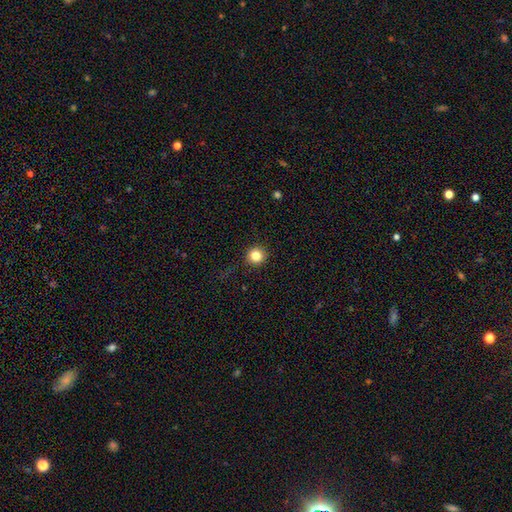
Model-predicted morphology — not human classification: A smooth galaxy with no disk features (83%) that is round (94%). Merging: none (90%).